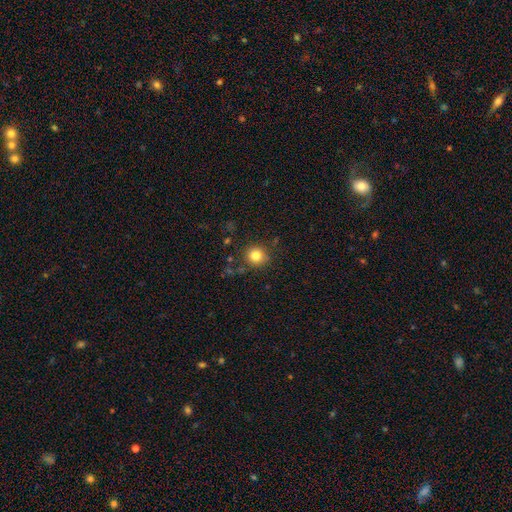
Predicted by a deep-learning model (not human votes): Smooth or featured? smooth (82%)
How rounded? round (91%)
Merging? none (84%)